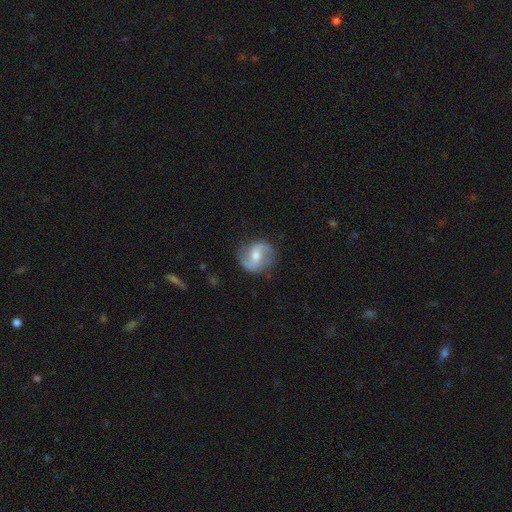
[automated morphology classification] Smooth or featured?
  - featured or disk: 76% *
  - smooth: 18%
  - star or artifact: 6%
Edge-on disk?
  - no: 98% *
  - yes: 2%
Bar?
  - weak: 50% *
  - no: 35%
  - strong: 15%
Spiral arms?
  - yes: 94% *
  - no: 6%
Spiral winding?
  - medium: 45% *
  - loose: 40%
  - tight: 15%
Spiral arm count?
  - 2: 91% *
  - can't tell: 4%
  - 1: 2%
  - 3: 1%
  - 4: 1%
  - more than 4: 1%
Bulge size?
  - moderate: 61% *
  - small: 29%
  - large: 6%
  - none: 3%
  - dominant: 1%
Merging?
  - none: 80% *
  - minor disturbance: 14%
  - major disturbance: 5%
  - merger: 1%